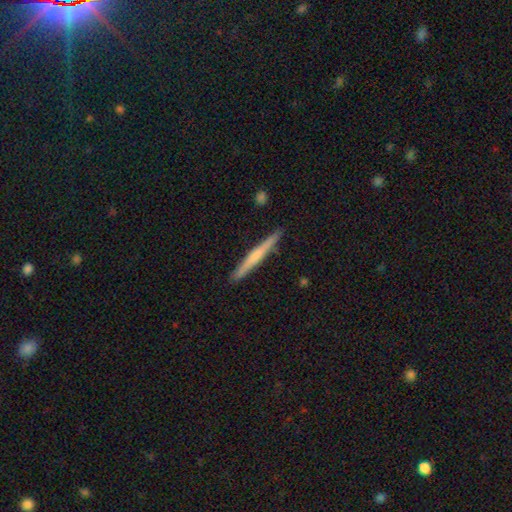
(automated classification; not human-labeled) Overall: smooth (49%; featured or disk 46%). Merging: none (90%).